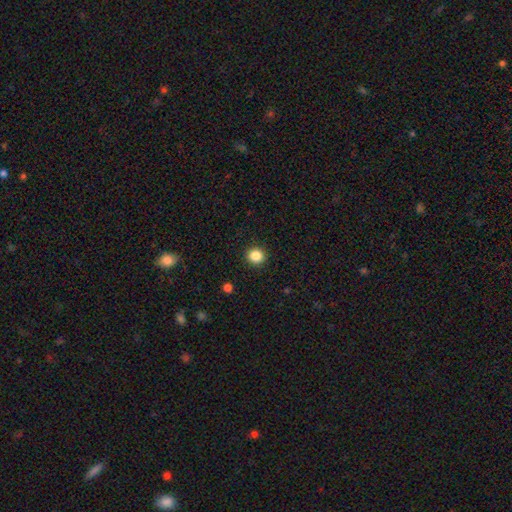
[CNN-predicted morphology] type=smooth (86%); roundness=round (89%); merging=none (92%).